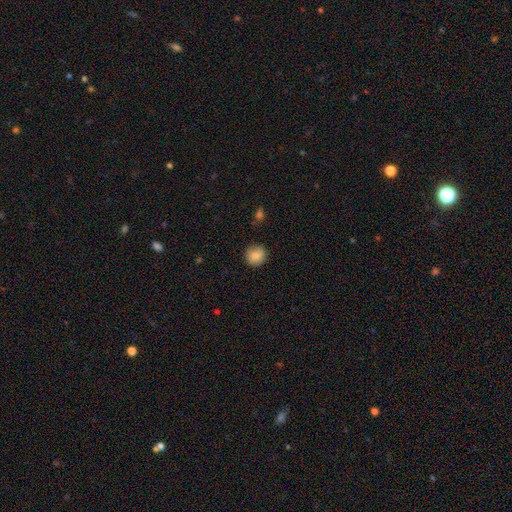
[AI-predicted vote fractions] A smooth galaxy with no disk features (86%) that is round (89%). Merging: none (88%).